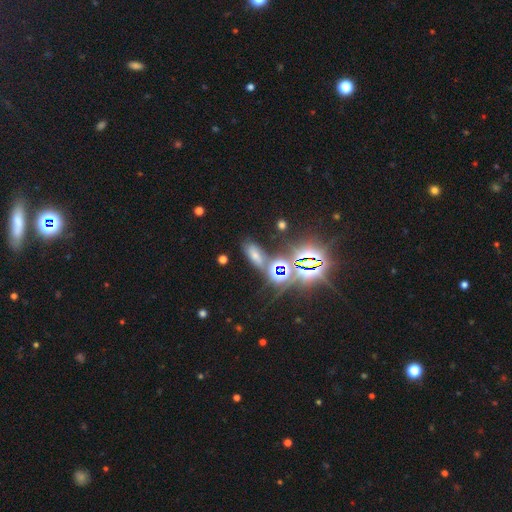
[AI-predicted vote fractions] Smooth or featured? smooth (46%)
Merging? none (66%)